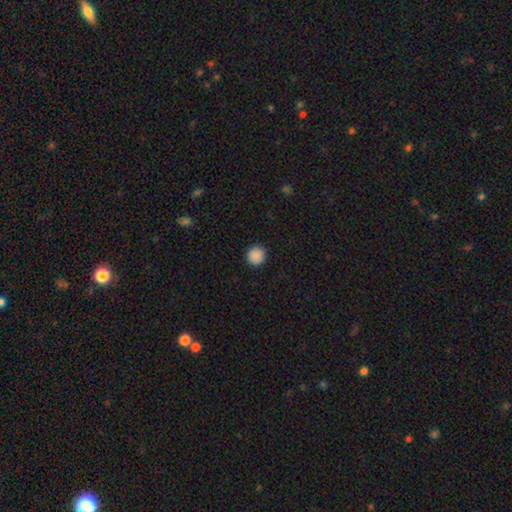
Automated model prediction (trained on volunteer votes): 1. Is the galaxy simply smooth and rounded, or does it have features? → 89% smooth, 9% star or artifact, 2% featured or disk.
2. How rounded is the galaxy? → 95% round, 4% in between, 1% cigar-shaped.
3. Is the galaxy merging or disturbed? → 93% none, 5% minor disturbance, 2% major disturbance, 1% merger.